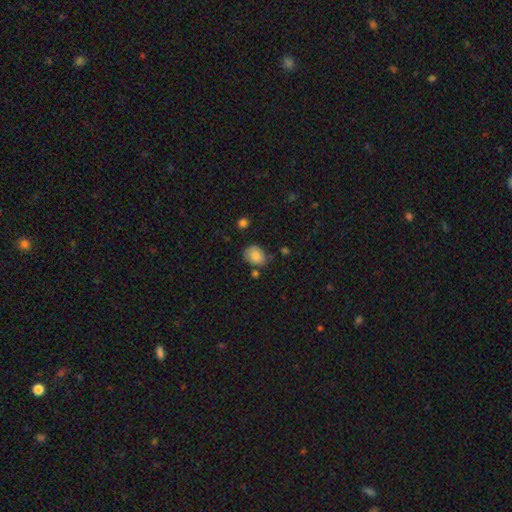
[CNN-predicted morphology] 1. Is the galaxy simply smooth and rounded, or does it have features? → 84% smooth, 8% star or artifact, 7% featured or disk.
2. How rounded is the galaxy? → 57% in between, 42% round, 1% cigar-shaped.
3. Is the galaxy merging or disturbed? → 70% none, 20% minor disturbance, 5% merger, 4% major disturbance.